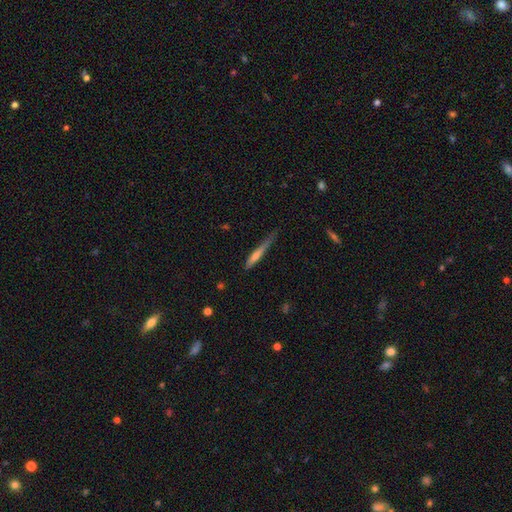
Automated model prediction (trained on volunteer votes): smooth_or_featured: smooth (p=0.57) [alt: featured or disk p=0.37]
how_rounded: cigar-shaped (p=0.93) [alt: in between p=0.06]
merging: none (p=0.54) [alt: minor disturbance p=0.33]